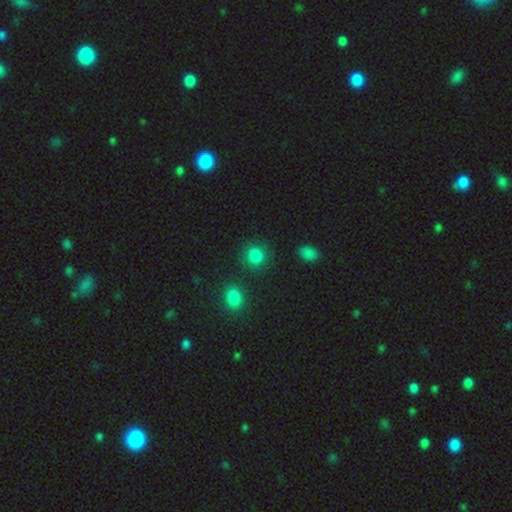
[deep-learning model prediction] A smooth galaxy with no disk features (83%) that is round (80%).

Vote fractions:
- Smooth or featured? smooth: 83% / star or artifact: 12% / featured or disk: 5%
- How rounded? round: 80% / in between: 19% / cigar-shaped: 1%
- Merging? none: 82% / minor disturbance: 9% / merger: 5% / major disturbance: 4%